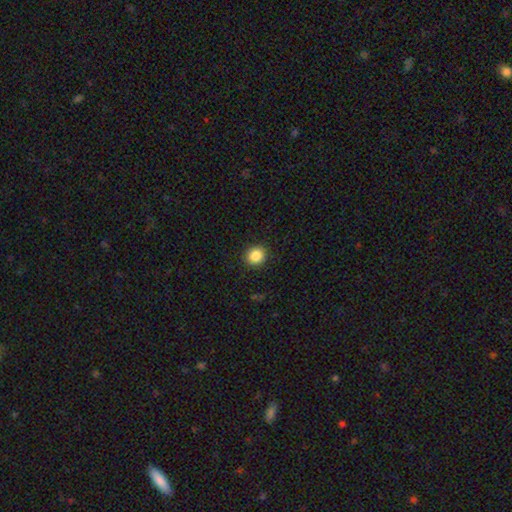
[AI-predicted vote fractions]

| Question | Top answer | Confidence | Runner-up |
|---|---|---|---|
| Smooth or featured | smooth | 87% | star or artifact (10%) |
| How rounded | round | 88% | in between (11%) |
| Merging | none | 92% | minor disturbance (5%) |